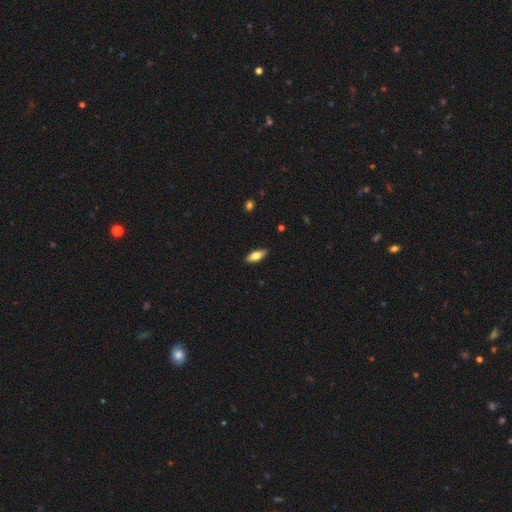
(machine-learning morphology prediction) Overall: smooth (74%). How rounded: in between (78%). Merging: none (87%).